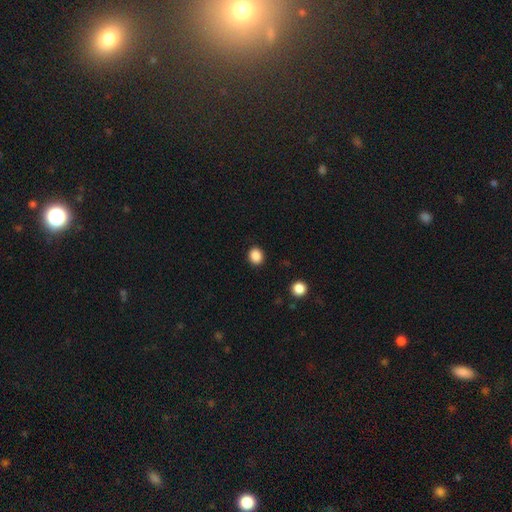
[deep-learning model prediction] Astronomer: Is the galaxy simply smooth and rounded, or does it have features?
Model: smooth — 87%.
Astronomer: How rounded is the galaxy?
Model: round — 67%.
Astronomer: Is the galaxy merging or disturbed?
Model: none — 90%.